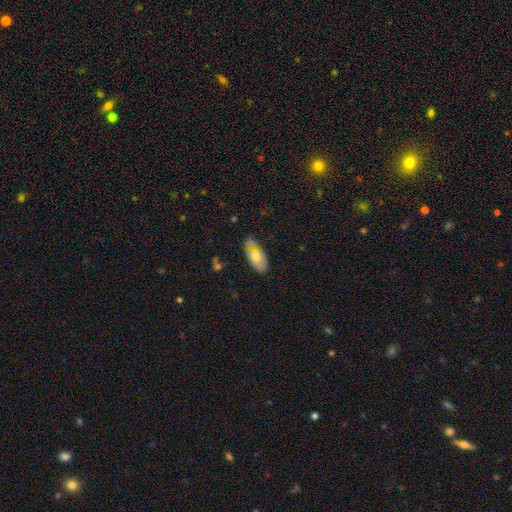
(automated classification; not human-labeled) A smooth galaxy with no disk features (64%) that is in between round and cigar-shaped (92%).

Vote fractions:
- Smooth or featured? smooth: 64% / featured or disk: 28% / star or artifact: 7%
- How rounded? in between: 92% / cigar-shaped: 4% / round: 4%
- Merging? none: 60% / minor disturbance: 26% / merger: 8% / major disturbance: 7%